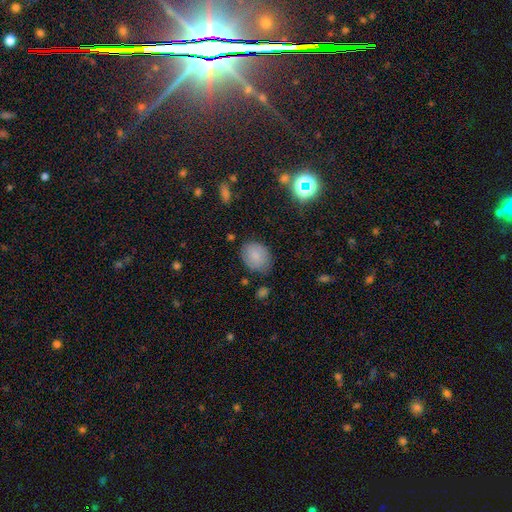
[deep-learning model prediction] Q: Smooth or featured?
A: smooth (81%); runner-up: featured or disk (10%)
Q: How rounded?
A: in between (57%); runner-up: round (42%)
Q: Merging?
A: none (74%); runner-up: minor disturbance (19%)